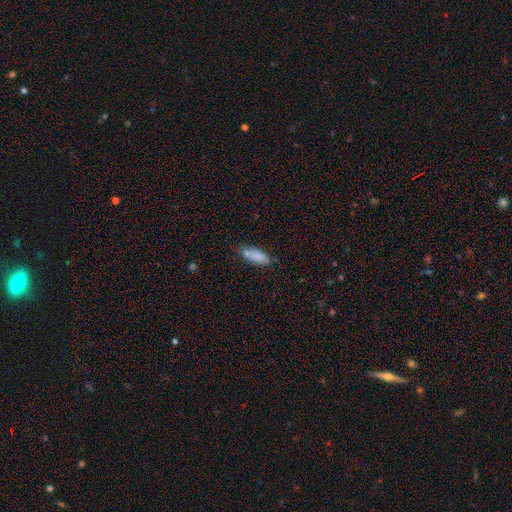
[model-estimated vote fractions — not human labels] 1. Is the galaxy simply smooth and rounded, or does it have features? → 82% smooth, 10% featured or disk, 8% star or artifact.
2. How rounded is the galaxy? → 71% in between, 27% cigar-shaped, 2% round.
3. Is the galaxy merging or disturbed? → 64% none, 22% minor disturbance, 9% merger, 5% major disturbance.